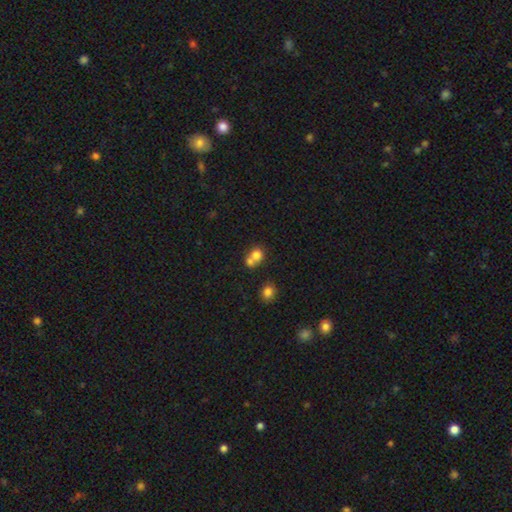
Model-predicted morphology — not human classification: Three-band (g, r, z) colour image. It shows a smooth galaxy with no disk features (76%) that is round (77%). Merging: merger (56%).